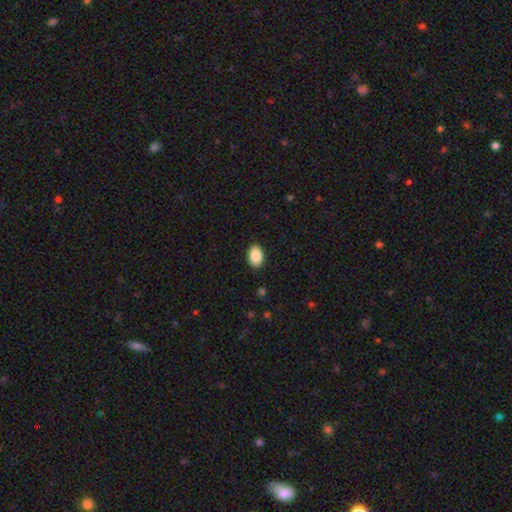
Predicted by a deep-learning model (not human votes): Smooth or featured? Predicted: smooth (p=0.88). How rounded? Predicted: in between (p=0.88). Merging? Predicted: none (p=0.89).